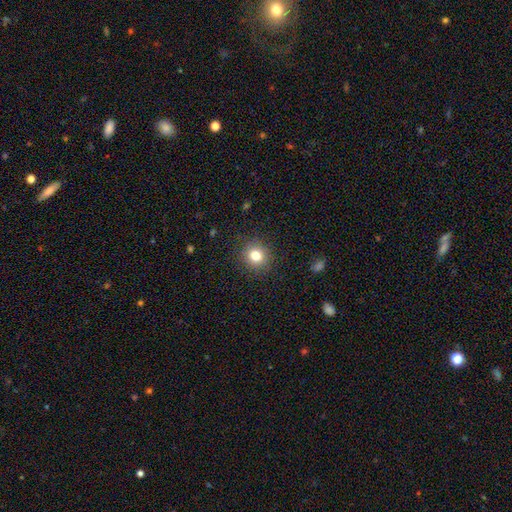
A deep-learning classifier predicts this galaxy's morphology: Smooth or featured? smooth (81%)
How rounded? round (85%)
Merging? none (89%)